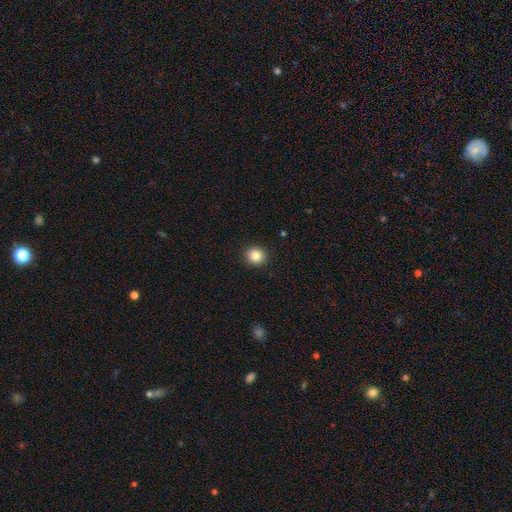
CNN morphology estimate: Q: Smooth or featured?
A: smooth (85%); runner-up: star or artifact (10%)
Q: How rounded?
A: round (89%); runner-up: in between (10%)
Q: Merging?
A: none (92%); runner-up: minor disturbance (5%)